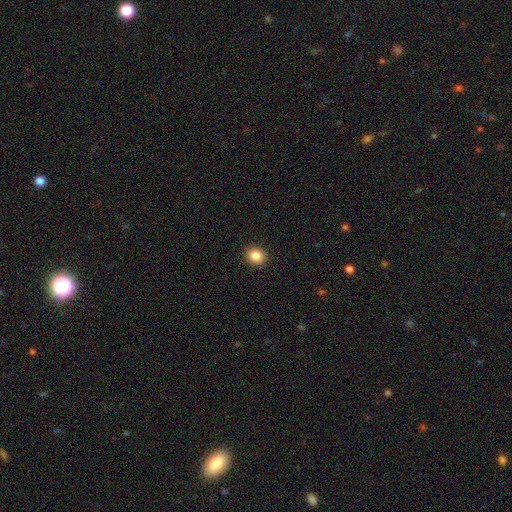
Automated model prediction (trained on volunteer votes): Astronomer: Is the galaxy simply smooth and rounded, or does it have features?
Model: smooth — 86%.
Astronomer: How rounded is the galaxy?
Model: round — 68%.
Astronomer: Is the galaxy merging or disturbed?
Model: none — 91%.